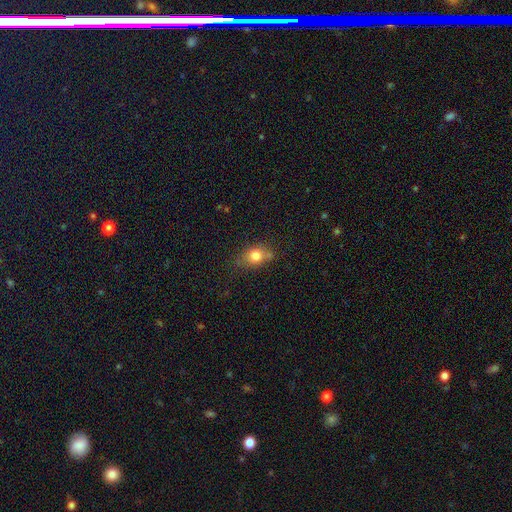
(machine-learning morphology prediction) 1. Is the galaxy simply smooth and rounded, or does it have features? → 78% smooth, 11% featured or disk, 10% star or artifact.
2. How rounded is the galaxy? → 57% in between, 40% round, 2% cigar-shaped.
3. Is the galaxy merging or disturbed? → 64% none, 23% minor disturbance, 8% merger, 5% major disturbance.